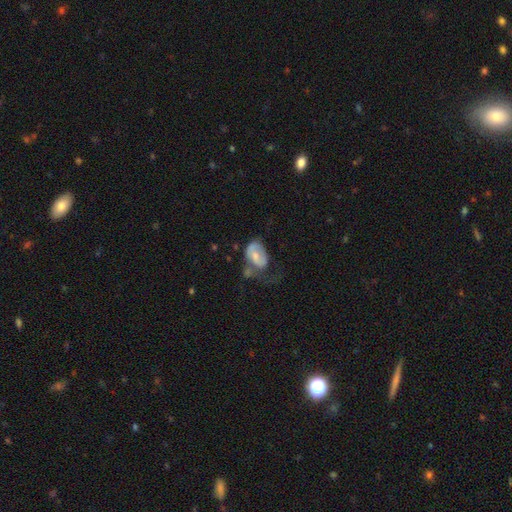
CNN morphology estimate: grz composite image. It shows a smooth galaxy with no disk features (48%). Merging: major disturbance (41%).